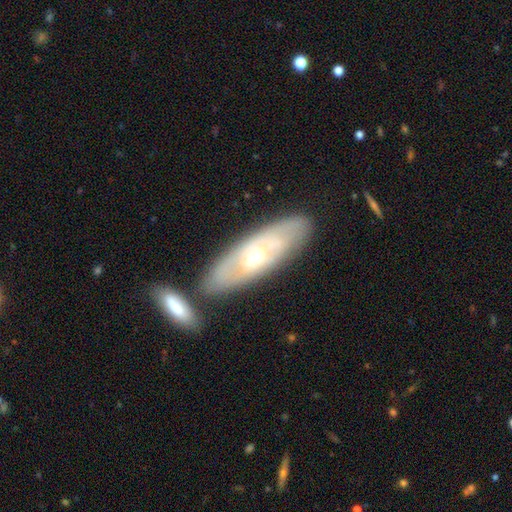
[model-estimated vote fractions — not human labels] Smooth or featured? featured or disk (61%)
Edge-on disk? no (75%)
Merging? none (72%)